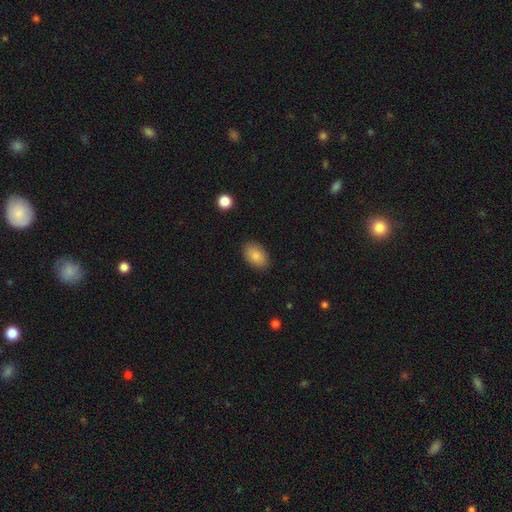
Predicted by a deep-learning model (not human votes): Smooth or featured: smooth — 84% (featured or disk — 8%)
How rounded: in between — 89% (round — 10%)
Merging: none — 87% (minor disturbance — 10%)